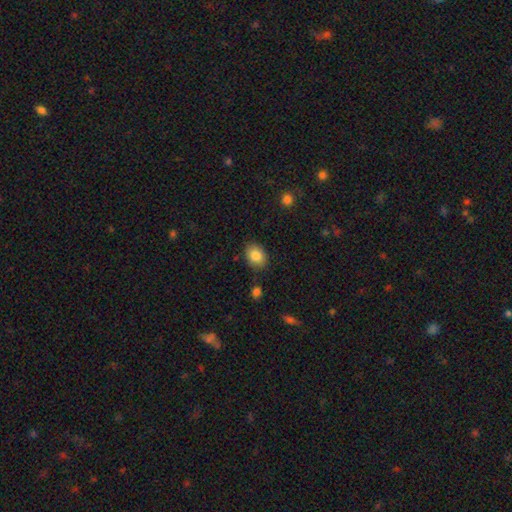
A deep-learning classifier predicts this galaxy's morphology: smooth_or_featured: smooth (p=0.85) [alt: star or artifact p=0.08]
how_rounded: in between (p=0.65) [alt: round p=0.34]
merging: none (p=0.85) [alt: minor disturbance p=0.10]